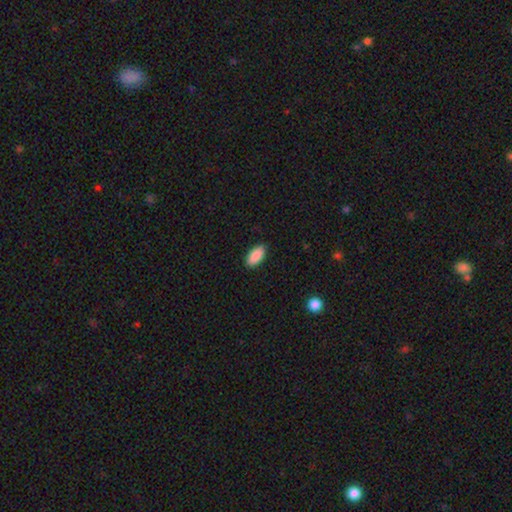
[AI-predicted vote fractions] This is clearly a smooth galaxy (91%). How rounded: clearly in between (93%). Merging: clearly none (88%).